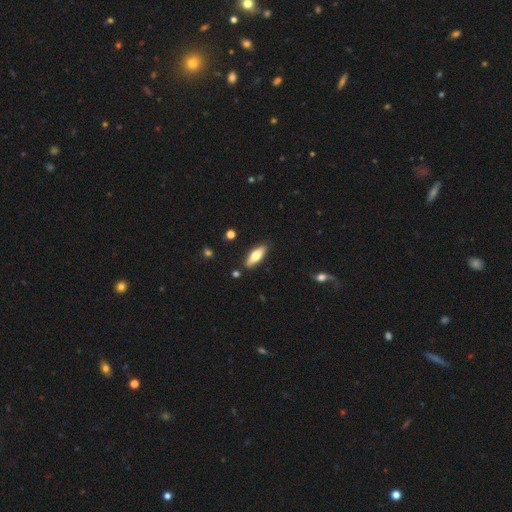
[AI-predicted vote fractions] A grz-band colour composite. It shows a smooth galaxy with no disk features (69%) that is in between round and cigar-shaped (63%). Merging: none (86%).